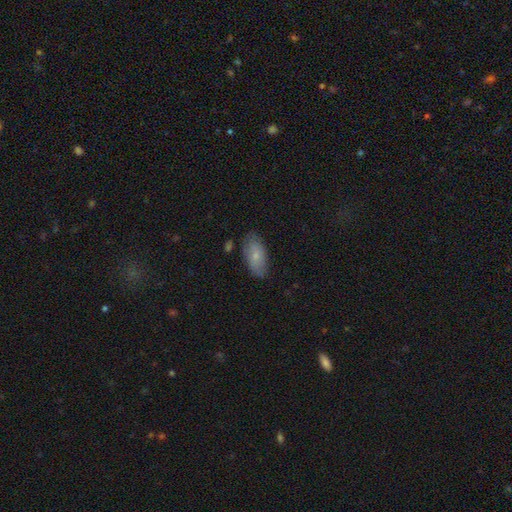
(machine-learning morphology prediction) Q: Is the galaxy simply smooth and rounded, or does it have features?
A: smooth — 72%.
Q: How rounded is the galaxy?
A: in between — 92%.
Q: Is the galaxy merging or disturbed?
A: none — 77%.